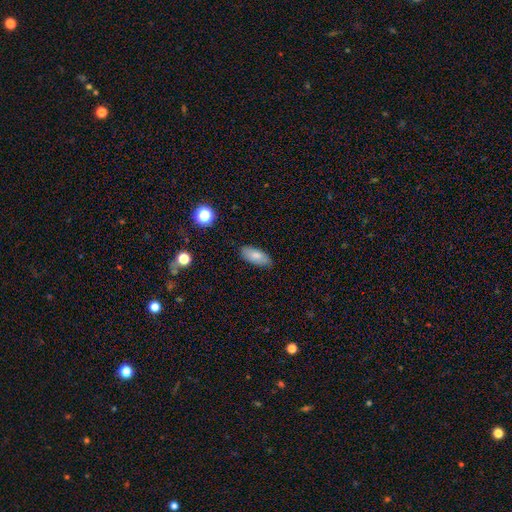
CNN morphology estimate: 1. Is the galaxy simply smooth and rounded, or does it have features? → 81% smooth, 11% featured or disk, 8% star or artifact.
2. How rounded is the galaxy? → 86% in between, 12% cigar-shaped, 2% round.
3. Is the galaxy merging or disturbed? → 85% none, 12% minor disturbance, 2% major disturbance, 1% merger.